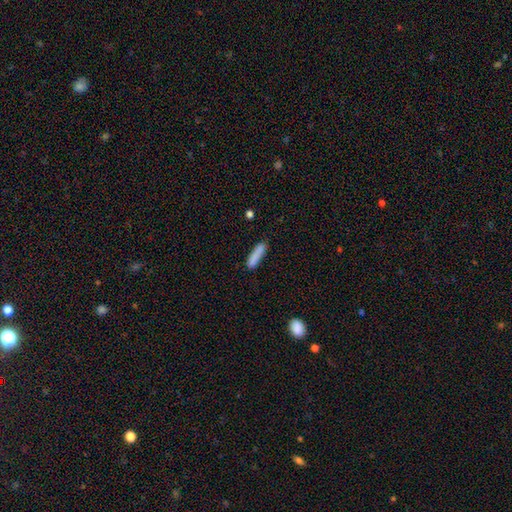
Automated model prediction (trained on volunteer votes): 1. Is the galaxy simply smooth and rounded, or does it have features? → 85% smooth, 8% featured or disk, 7% star or artifact.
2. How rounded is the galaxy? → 81% cigar-shaped, 18% in between, 2% round.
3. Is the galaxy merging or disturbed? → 80% none, 14% minor disturbance, 3% merger, 3% major disturbance.